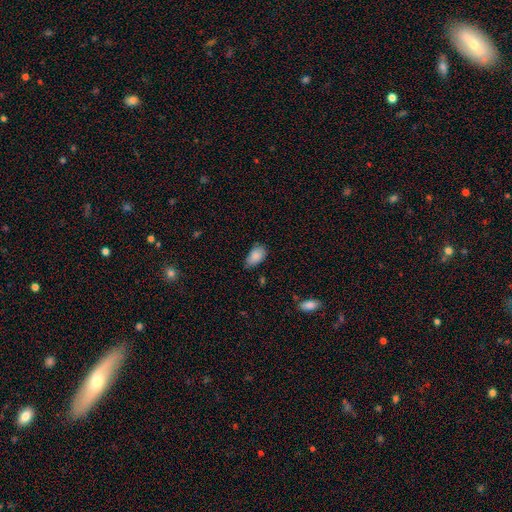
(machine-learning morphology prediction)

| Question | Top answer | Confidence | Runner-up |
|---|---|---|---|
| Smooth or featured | smooth | 86% | featured or disk (7%) |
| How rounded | in between | 93% | round (5%) |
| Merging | none | 64% | minor disturbance (30%) |